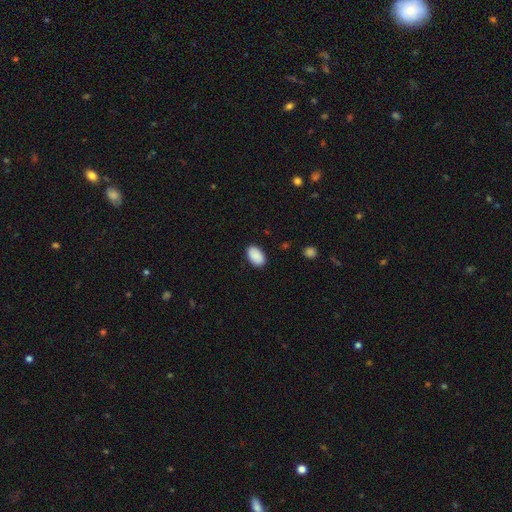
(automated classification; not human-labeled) Q: Smooth or featured?
A: smooth (91%); runner-up: star or artifact (6%)
Q: How rounded?
A: in between (93%); runner-up: round (6%)
Q: Merging?
A: none (88%); runner-up: minor disturbance (9%)